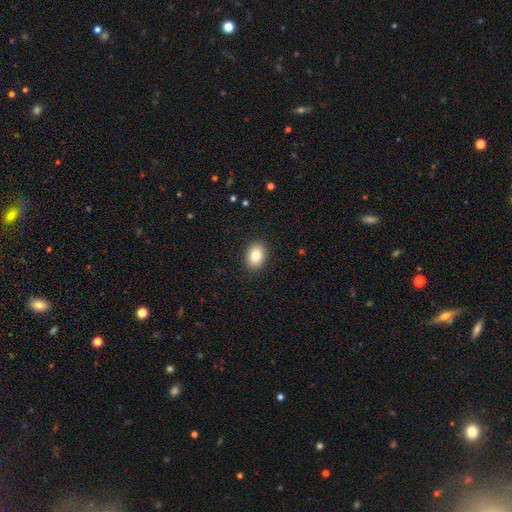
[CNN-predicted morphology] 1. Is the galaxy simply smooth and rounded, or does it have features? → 82% smooth, 9% star or artifact, 9% featured or disk.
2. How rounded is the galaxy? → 69% in between, 30% round, 1% cigar-shaped.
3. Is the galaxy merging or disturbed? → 90% none, 7% minor disturbance, 2% major disturbance, 1% merger.